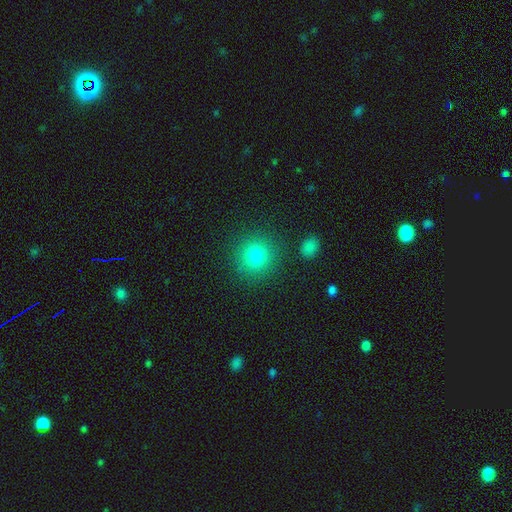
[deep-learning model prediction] This appears to be a smooth galaxy with no disk features (80%) that is round (90%). Merging: none (86%).